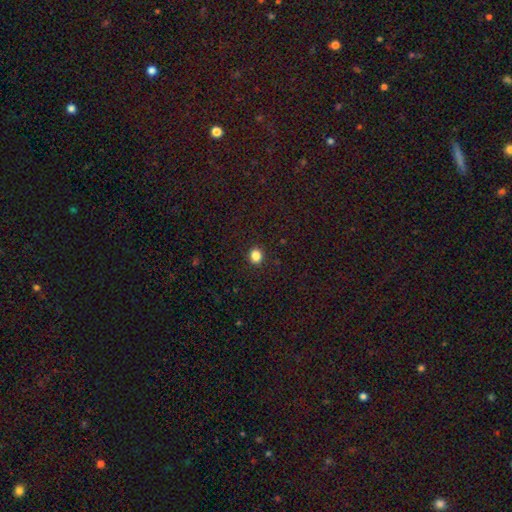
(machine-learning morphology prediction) This appears to be a smooth galaxy with no disk features (85%) that is round (75%). Merging: none (91%).